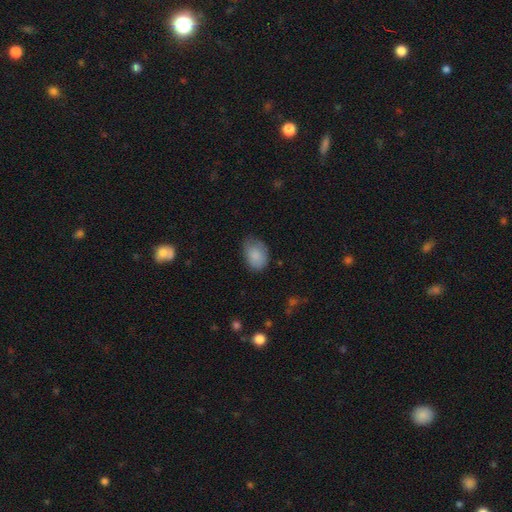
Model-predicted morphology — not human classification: type=smooth (85%); roundness=in between (80%); merging=none (64%).